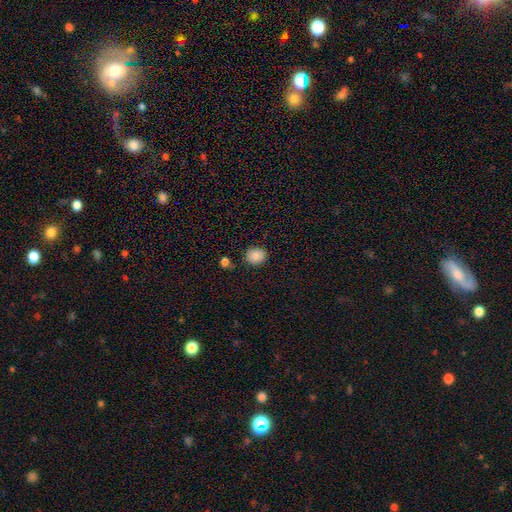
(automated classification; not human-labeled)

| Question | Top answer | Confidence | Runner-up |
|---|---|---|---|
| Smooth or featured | smooth | 86% | star or artifact (9%) |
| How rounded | round | 70% | in between (29%) |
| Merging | none | 82% | minor disturbance (12%) |